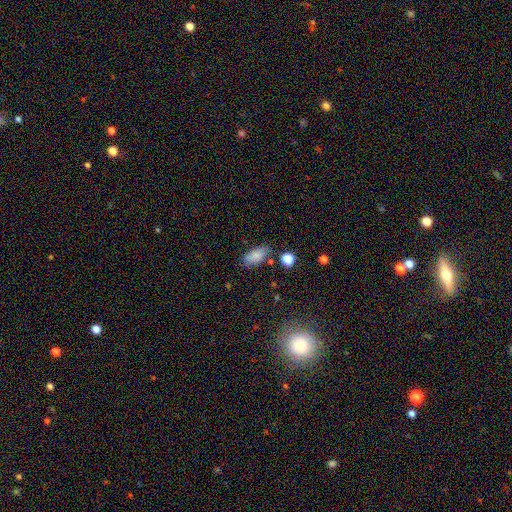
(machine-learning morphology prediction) Overall: smooth (81%). How rounded: in between (89%). Merging: none (71%).